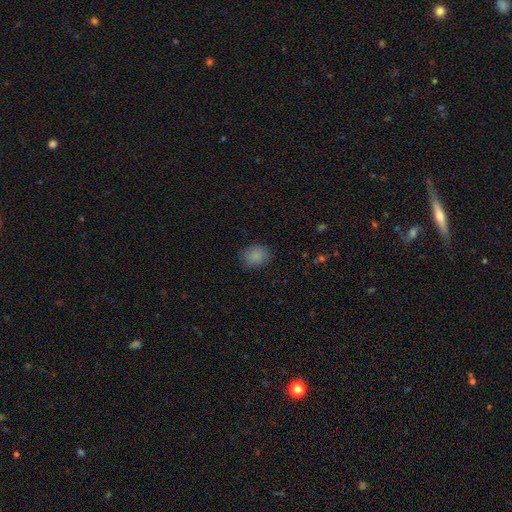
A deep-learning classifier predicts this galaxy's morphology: Smooth or featured? Predicted: smooth (p=0.86). How rounded? Predicted: in between (p=0.61). Merging? Predicted: none (p=0.83).